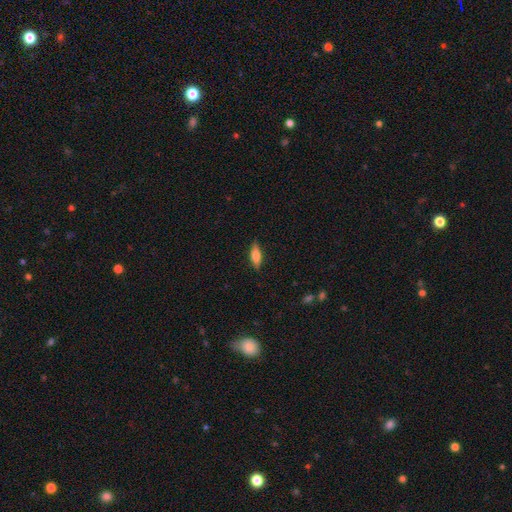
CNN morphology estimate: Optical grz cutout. It shows a smooth galaxy with no disk features (71%) that is in between round and cigar-shaped (59%). Merging: none (85%).